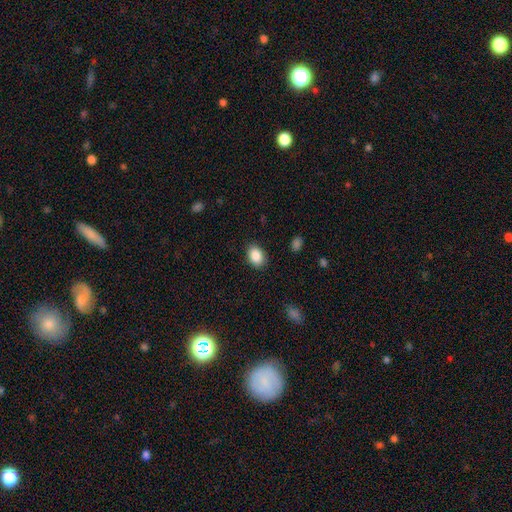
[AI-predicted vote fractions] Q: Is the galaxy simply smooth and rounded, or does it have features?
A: smooth — 88%.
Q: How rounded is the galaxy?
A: in between — 77%.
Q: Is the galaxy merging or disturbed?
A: none — 87%.